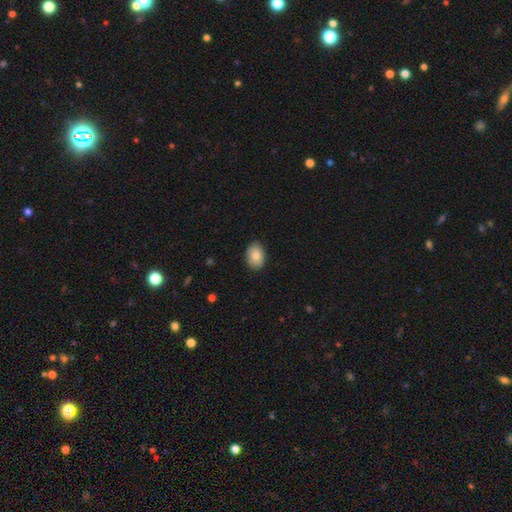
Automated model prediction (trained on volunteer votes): This appears to be a smooth galaxy with no disk features (85%) that is in between round and cigar-shaped (84%). Merging: none (87%).